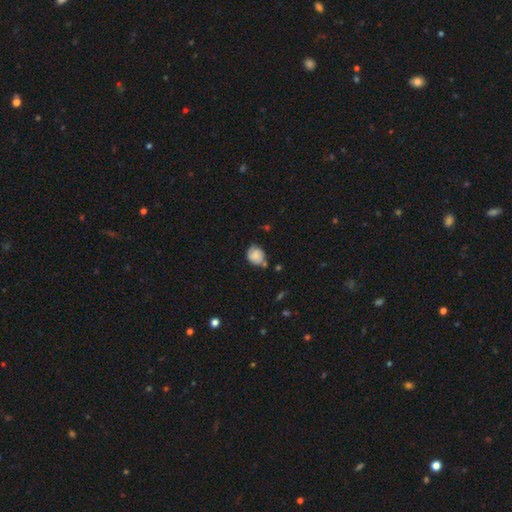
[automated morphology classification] smooth-or-featured: smooth: 59% | featured or disk: 32% | star or artifact: 9%
  how-rounded: round: 62% | in between: 37% | cigar-shaped: 1%
  merging: none: 57% | minor disturbance: 28% | merger: 8% | major disturbance: 7%